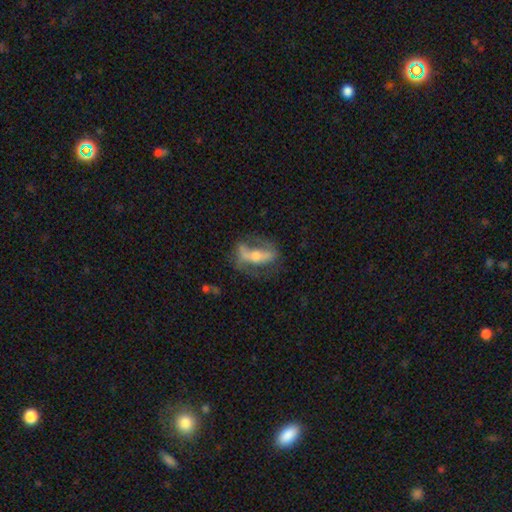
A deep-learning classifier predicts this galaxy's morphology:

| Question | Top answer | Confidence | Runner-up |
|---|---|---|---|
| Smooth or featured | featured or disk | 62% | smooth (30%) |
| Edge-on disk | no | 73% | yes (27%) |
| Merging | none | 48% | major disturbance (25%) |